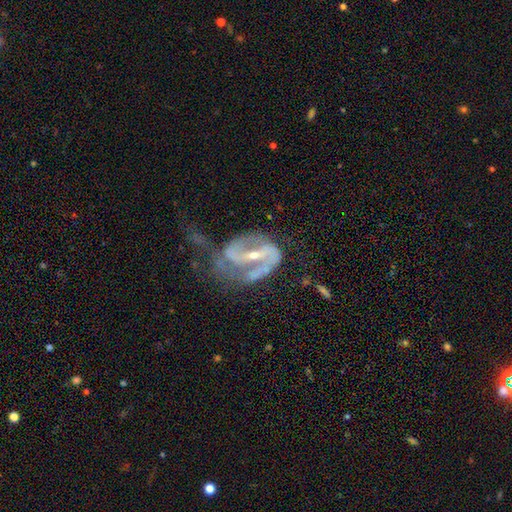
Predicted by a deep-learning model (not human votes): A featured or disk galaxy (90%) with a strong bar (65%), 2 (85%) medium (49%) spiral arms (94%) and a small central bulge (68%).

Vote fractions:
- Smooth or featured? featured or disk: 90% / star or artifact: 5% / smooth: 5%
- Edge-on disk? no: 96% / yes: 4%
- Bar? strong: 65% / weak: 24% / no: 11%
- Spiral arms? yes: 94% / no: 6%
- Spiral winding? medium: 49% / loose: 28% / tight: 23%
- Spiral arm count? 2: 85% / can't tell: 5% / 1: 5% / 3: 2% / 4: 1% / more than 4: 1%
- Bulge size? small: 68% / moderate: 28% / none: 2% / large: 1% / dominant: 1%
- Merging? none: 36% / major disturbance: 32% / minor disturbance: 25% / merger: 7%